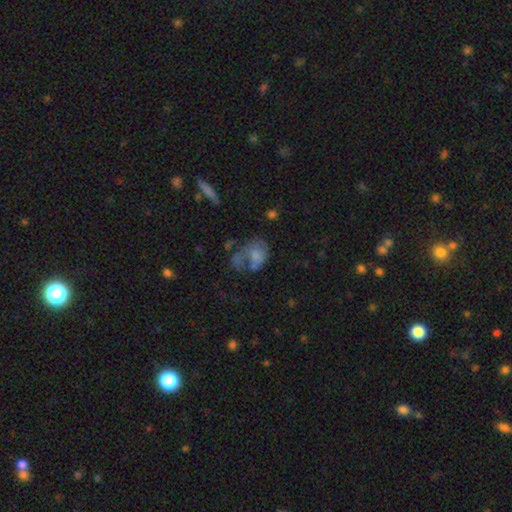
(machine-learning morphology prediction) Smooth or featured? Predicted: smooth (p=0.56). How rounded? Predicted: in between (p=0.68). Merging? Predicted: major disturbance (p=0.35).